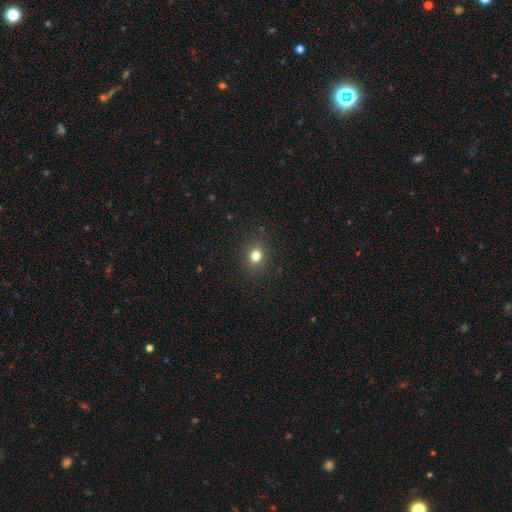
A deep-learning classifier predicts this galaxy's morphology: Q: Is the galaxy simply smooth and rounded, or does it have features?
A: smooth — 78%.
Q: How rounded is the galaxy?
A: round — 68%.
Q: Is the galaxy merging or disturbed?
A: none — 88%.